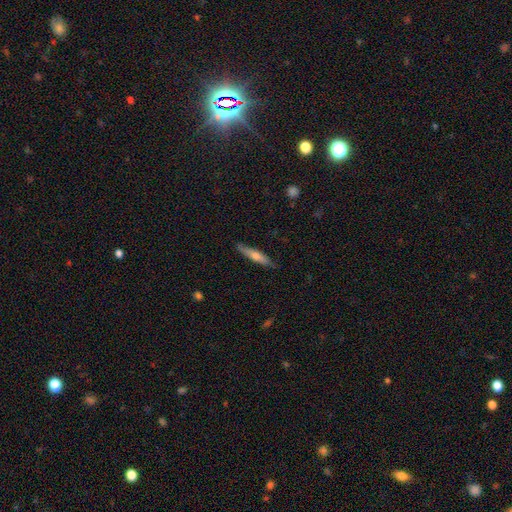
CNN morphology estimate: Q: Smooth or featured?
A: smooth (56%); runner-up: featured or disk (38%)
Q: How rounded?
A: cigar-shaped (87%); runner-up: in between (12%)
Q: Merging?
A: none (85%); runner-up: minor disturbance (12%)